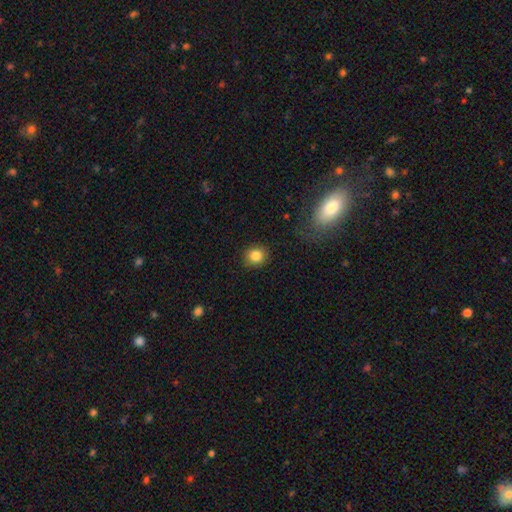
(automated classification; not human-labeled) smooth 85%, star or artifact 10%, featured or disk 6%. Down the decision tree: how rounded — round (82%); merging — none (88%).